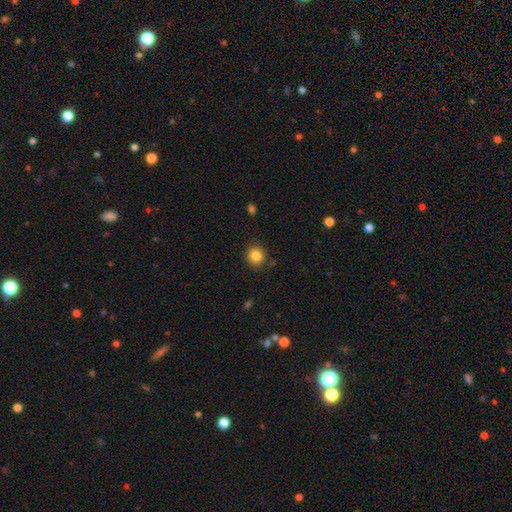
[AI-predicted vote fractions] Smooth or featured?
  - smooth: 84% *
  - star or artifact: 10%
  - featured or disk: 5%
How rounded?
  - round: 85% *
  - in between: 14%
  - cigar-shaped: 1%
Merging?
  - none: 87% *
  - minor disturbance: 9%
  - major disturbance: 2%
  - merger: 2%